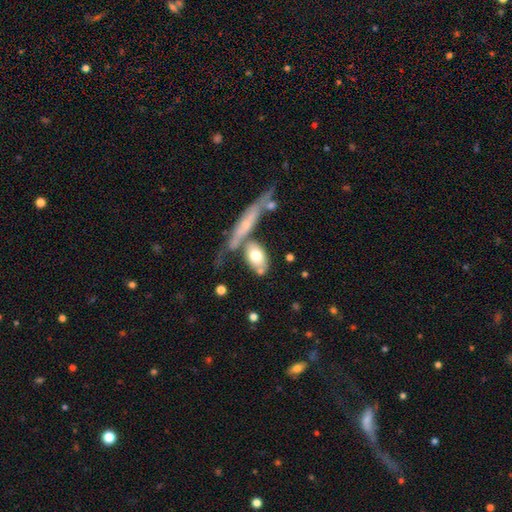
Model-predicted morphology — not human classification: Smooth or featured? Predicted: smooth (p=0.68). How rounded? Predicted: in between (p=0.82). Merging? Predicted: none (p=0.43).